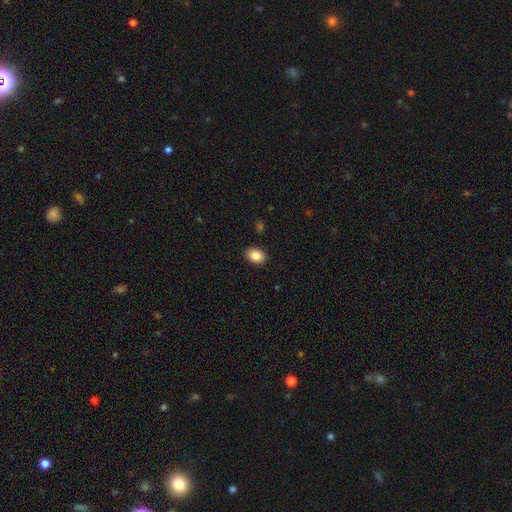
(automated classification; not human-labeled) A smooth galaxy with no disk features (87%) that is in between round and cigar-shaped (81%).

Vote fractions:
- Smooth or featured? smooth: 87% / star or artifact: 8% / featured or disk: 5%
- How rounded? in between: 81% / round: 18% / cigar-shaped: 1%
- Merging? none: 90% / minor disturbance: 7% / major disturbance: 2% / merger: 1%